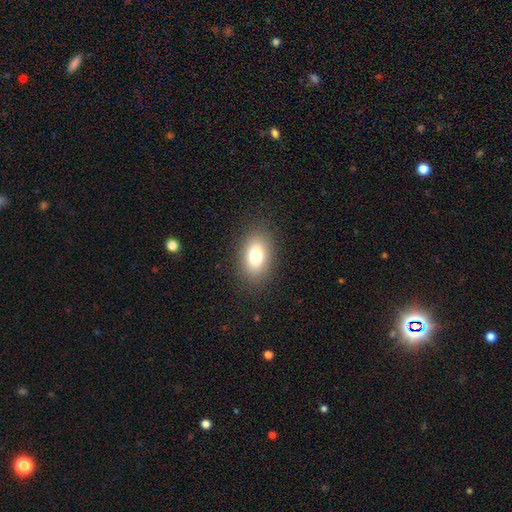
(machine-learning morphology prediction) type=smooth (76%); roundness=in between (84%); merging=none (86%).